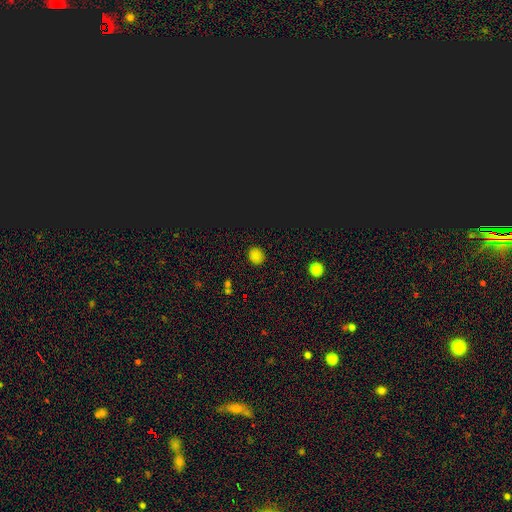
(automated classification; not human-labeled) Overall: smooth (74%). How rounded: round (79%). Merging: none (89%).